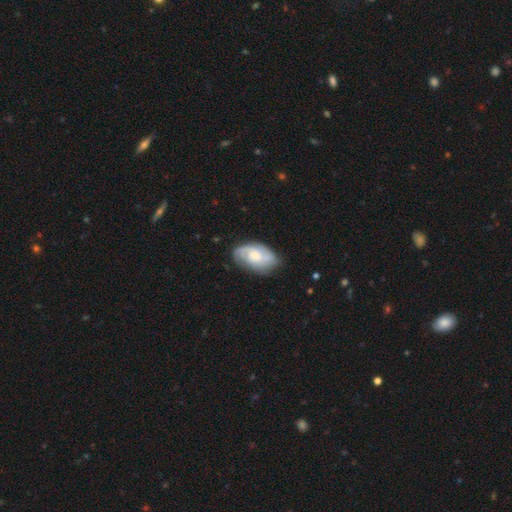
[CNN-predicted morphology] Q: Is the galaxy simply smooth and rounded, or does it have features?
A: featured or disk — 66%.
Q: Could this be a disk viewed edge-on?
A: no — 96%.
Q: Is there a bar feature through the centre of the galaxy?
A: no — 71%.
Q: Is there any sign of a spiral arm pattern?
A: yes — 89%.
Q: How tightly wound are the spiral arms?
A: tight — 47%.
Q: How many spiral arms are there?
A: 2 — 36%.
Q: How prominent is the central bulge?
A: small — 49%.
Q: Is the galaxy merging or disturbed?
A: none — 69%.